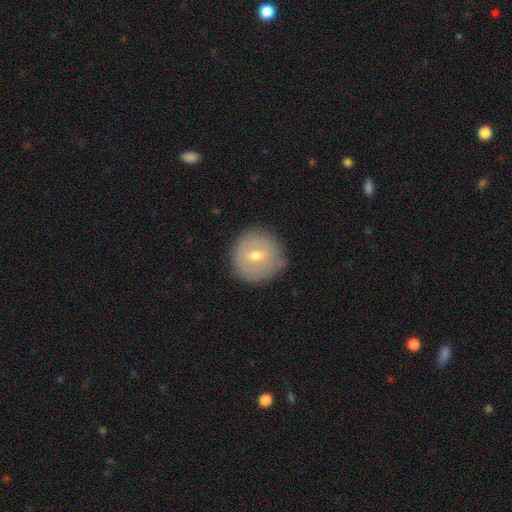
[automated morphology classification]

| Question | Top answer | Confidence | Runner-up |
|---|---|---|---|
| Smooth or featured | smooth | 54% | featured or disk (38%) |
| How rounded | round | 94% | in between (5%) |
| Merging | none | 83% | minor disturbance (12%) |